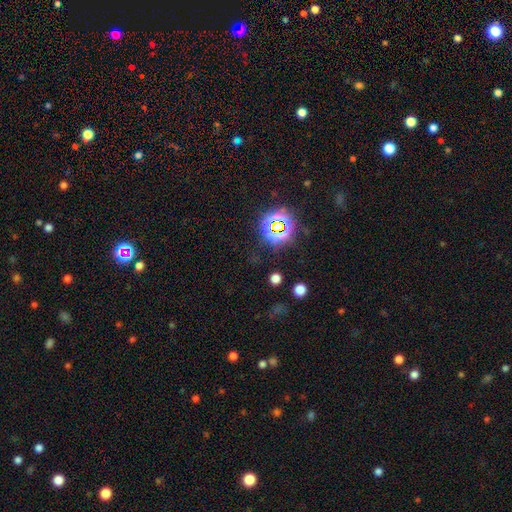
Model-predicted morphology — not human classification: star or artifact 76%, smooth 16%, featured or disk 8%.